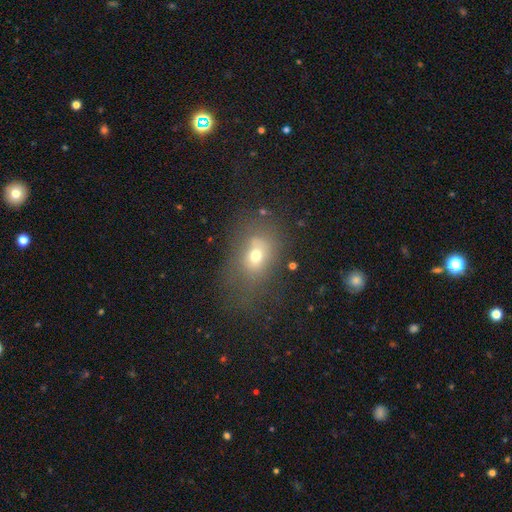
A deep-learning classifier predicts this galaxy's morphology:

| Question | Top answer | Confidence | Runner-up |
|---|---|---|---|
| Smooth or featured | smooth | 65% | featured or disk (20%) |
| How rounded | in between | 66% | round (32%) |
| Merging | none | 52% | minor disturbance (24%) |